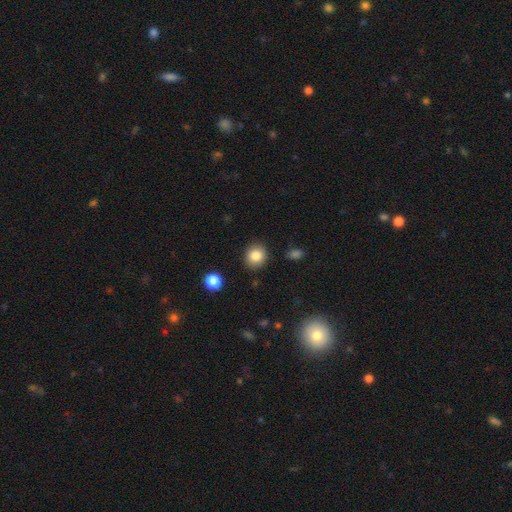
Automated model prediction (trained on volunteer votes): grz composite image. It shows a smooth galaxy with no disk features (84%) that is round (82%). Merging: none (88%).